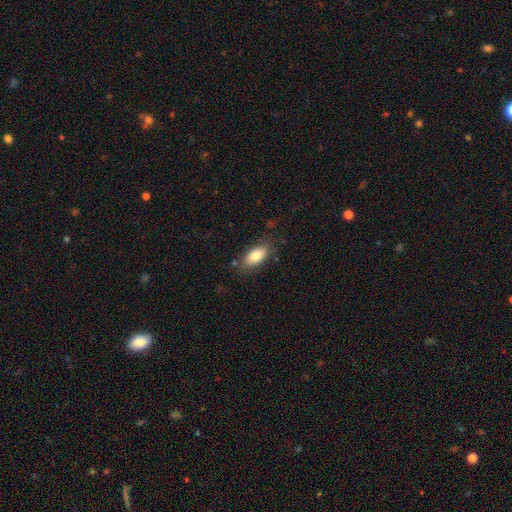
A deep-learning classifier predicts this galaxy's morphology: Smooth or featured?
  - smooth: 80% *
  - featured or disk: 13%
  - star or artifact: 7%
How rounded?
  - in between: 90% *
  - cigar-shaped: 7%
  - round: 3%
Merging?
  - none: 79% *
  - minor disturbance: 15%
  - major disturbance: 4%
  - merger: 2%